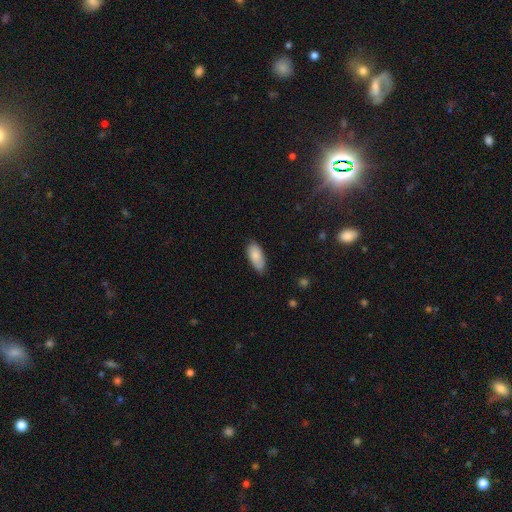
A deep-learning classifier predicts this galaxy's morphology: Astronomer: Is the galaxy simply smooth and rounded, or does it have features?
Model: smooth — 85%.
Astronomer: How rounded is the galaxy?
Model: in between — 90%.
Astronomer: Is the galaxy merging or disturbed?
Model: none — 75%.